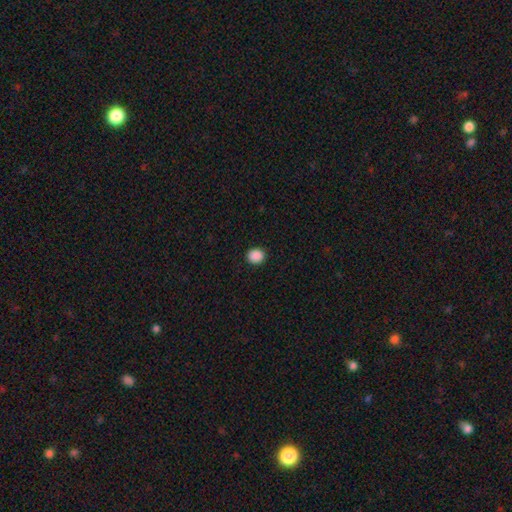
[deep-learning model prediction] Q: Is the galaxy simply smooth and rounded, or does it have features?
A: smooth — 89%.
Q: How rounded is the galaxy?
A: round — 84%.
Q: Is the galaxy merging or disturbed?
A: none — 92%.